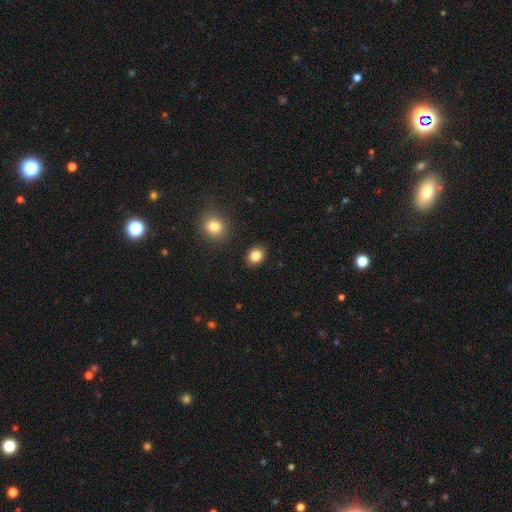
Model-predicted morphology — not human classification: type=smooth (85%); roundness=round (54%); merging=none (88%).